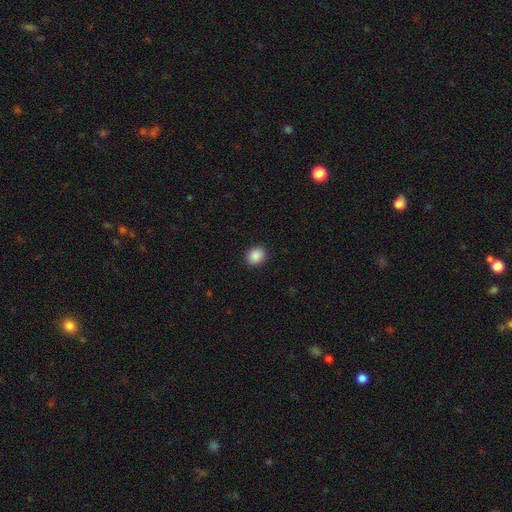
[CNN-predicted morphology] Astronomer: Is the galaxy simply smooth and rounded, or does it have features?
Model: smooth — 89%.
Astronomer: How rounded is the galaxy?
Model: round — 55% (runner-up: in between, 44%).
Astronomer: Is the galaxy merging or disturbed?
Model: none — 91%.